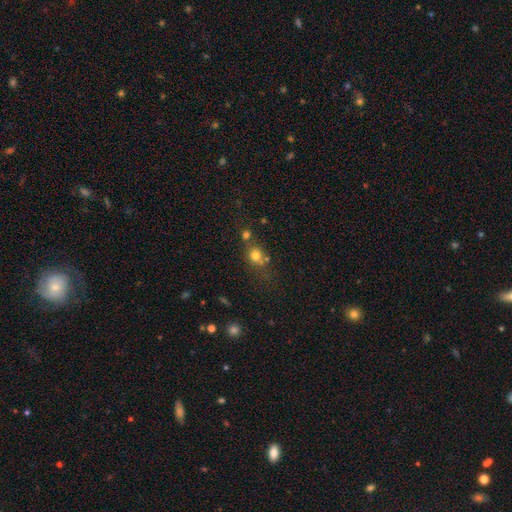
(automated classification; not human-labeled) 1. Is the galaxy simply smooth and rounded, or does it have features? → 73% smooth, 16% star or artifact, 11% featured or disk.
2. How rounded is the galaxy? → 80% round, 18% in between, 1% cigar-shaped.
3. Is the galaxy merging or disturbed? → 54% none, 28% merger, 12% minor disturbance, 6% major disturbance.